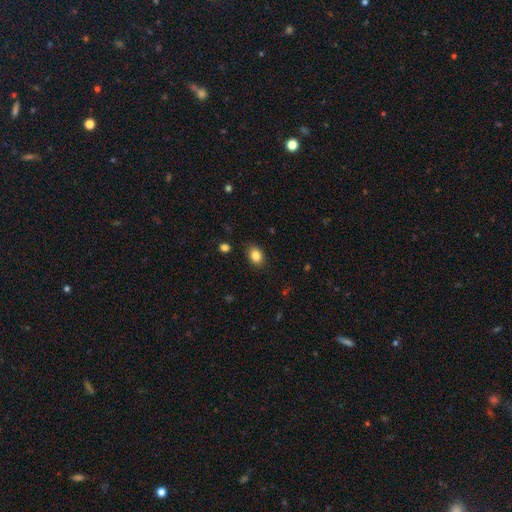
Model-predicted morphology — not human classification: A smooth galaxy with no disk features (85%) that is in between round and cigar-shaped (76%). Merging: none (85%).